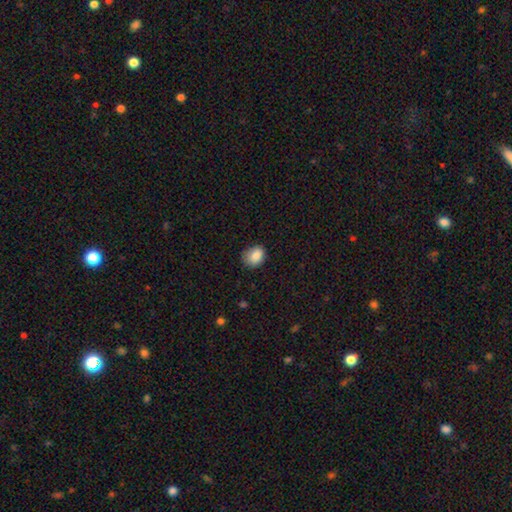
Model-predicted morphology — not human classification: Smooth or featured? Predicted: smooth (p=0.86). How rounded? Predicted: in between (p=0.55). Merging? Predicted: none (p=0.70).